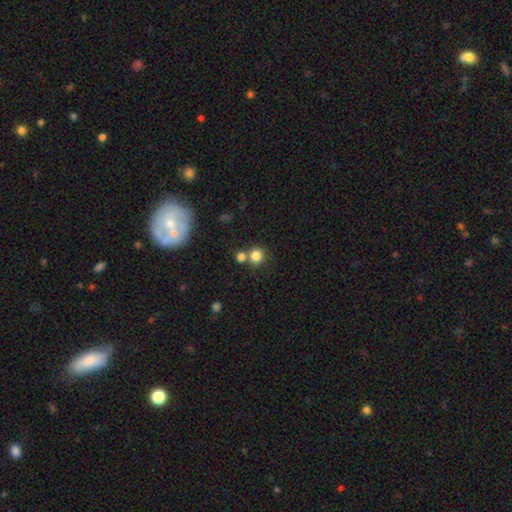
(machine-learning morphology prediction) Q: Smooth or featured?
A: smooth (82%); runner-up: star or artifact (12%)
Q: How rounded?
A: round (89%); runner-up: in between (10%)
Q: Merging?
A: none (59%); runner-up: merger (30%)